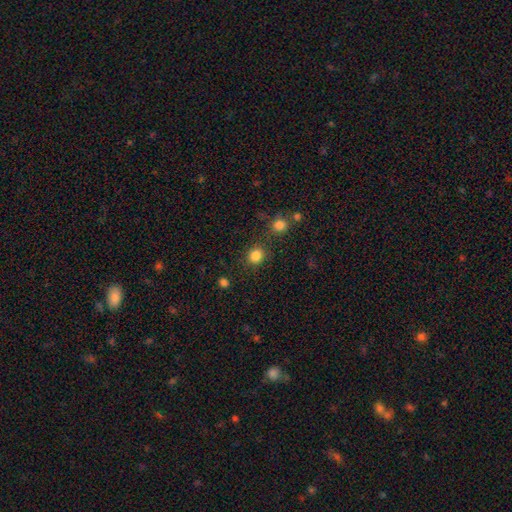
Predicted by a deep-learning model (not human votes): This appears to be a smooth galaxy with no disk features (84%) that is round (80%). Merging: none (81%).